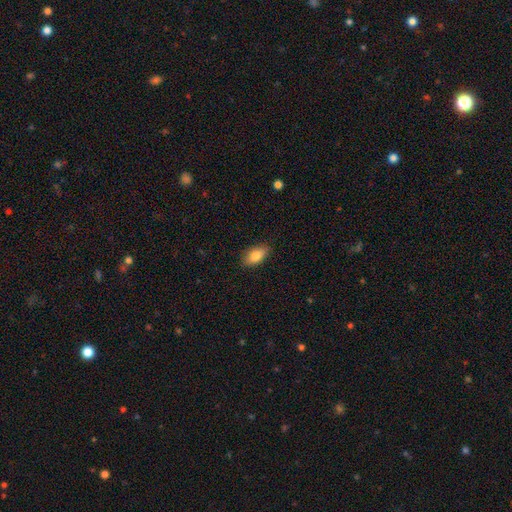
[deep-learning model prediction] A smooth galaxy with no disk features (81%) that is in between round and cigar-shaped (88%). Merging: none (85%).